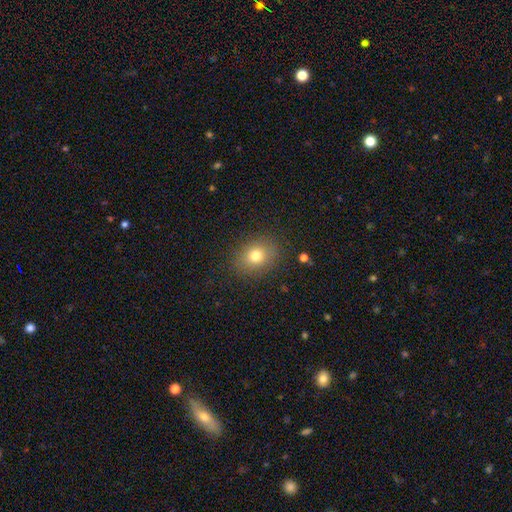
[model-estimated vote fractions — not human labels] smooth 76%, star or artifact 13%, featured or disk 11%. Down the decision tree: how rounded — in between (51%); merging — none (86%).